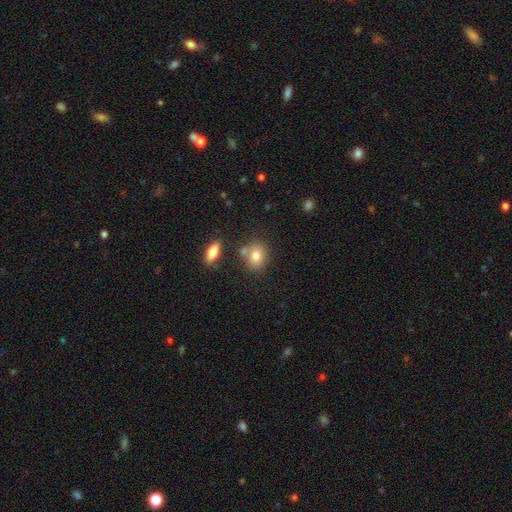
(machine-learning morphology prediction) Smooth or featured: smooth — 80% (featured or disk — 11%)
How rounded: in between — 53% (round — 45%)
Merging: none — 60% (merger — 21%)